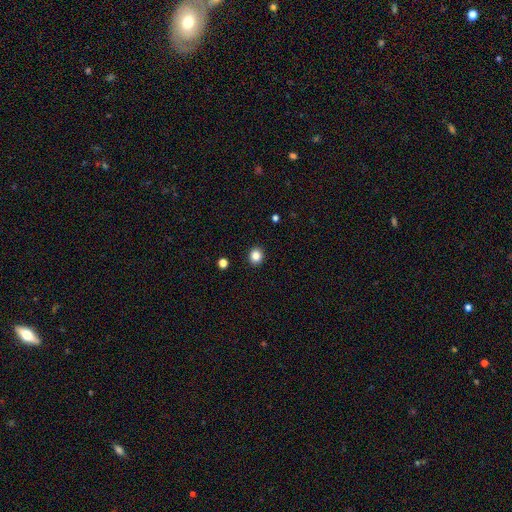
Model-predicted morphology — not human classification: Overall: smooth (84%). How rounded: round (83%). Merging: none (92%).